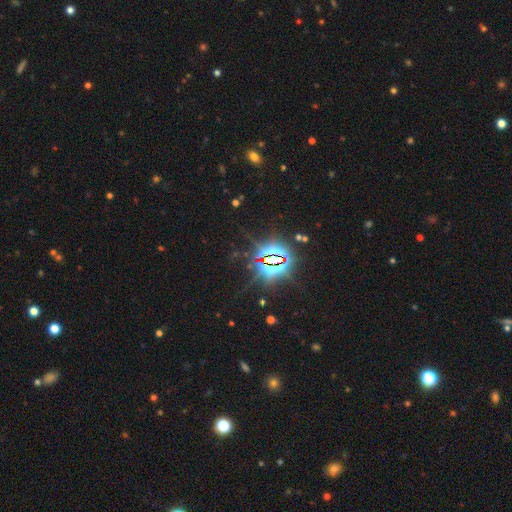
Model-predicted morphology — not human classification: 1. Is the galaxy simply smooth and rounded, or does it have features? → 86% star or artifact, 8% smooth, 6% featured or disk.